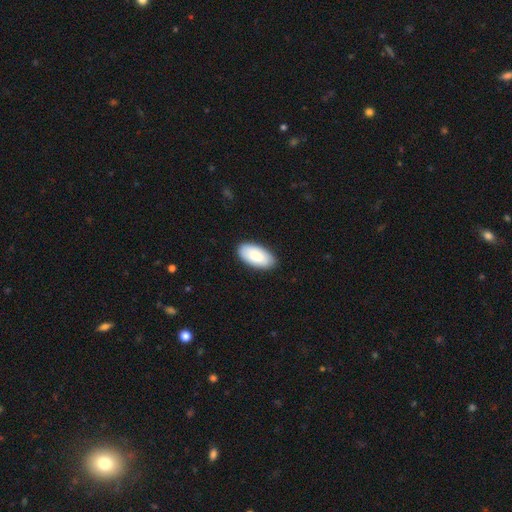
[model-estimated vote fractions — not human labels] This appears to be a smooth galaxy with no disk features (84%) that is in between round and cigar-shaped (95%). Merging: none (88%).